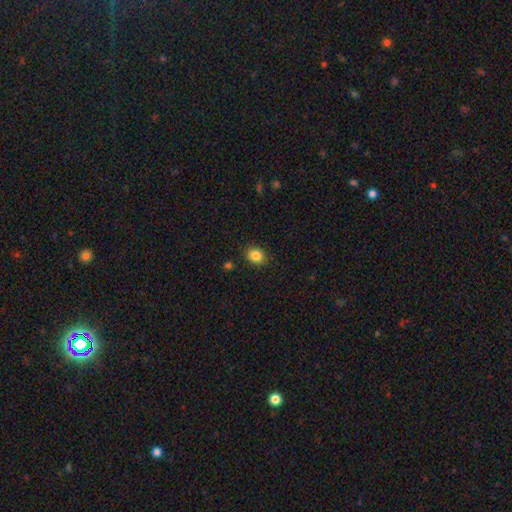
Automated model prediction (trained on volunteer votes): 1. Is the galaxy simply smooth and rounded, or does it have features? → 85% smooth, 10% star or artifact, 5% featured or disk.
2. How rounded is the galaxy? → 59% round, 40% in between, 1% cigar-shaped.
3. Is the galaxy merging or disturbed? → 88% none, 8% minor disturbance, 2% major disturbance, 1% merger.